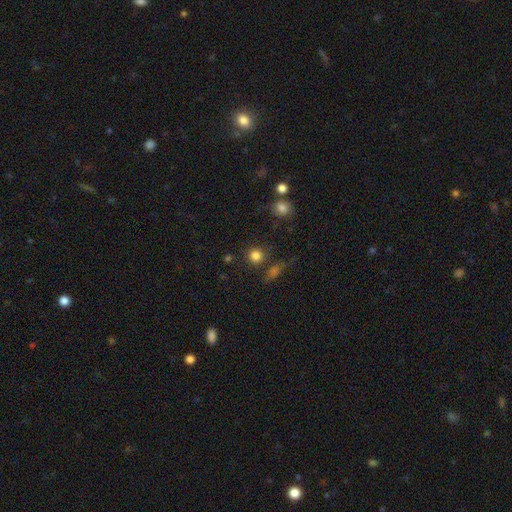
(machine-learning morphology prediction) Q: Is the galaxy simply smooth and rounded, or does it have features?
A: smooth — 81%.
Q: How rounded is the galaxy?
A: round — 91%.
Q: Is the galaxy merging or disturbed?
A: none — 79%.